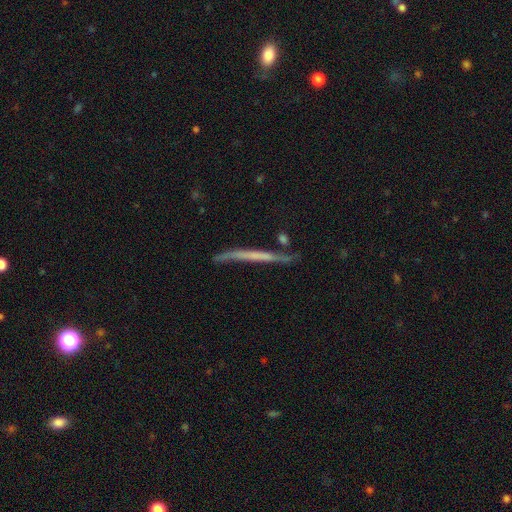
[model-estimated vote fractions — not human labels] smooth_or_featured: featured or disk (p=0.58) [alt: smooth p=0.34]
disk_edge_on: yes (p=0.89) [alt: no p=0.11]
edge_on_bulge: none (p=0.84) [alt: rounded p=0.09]
merging: none (p=0.63) [alt: minor disturbance p=0.23]